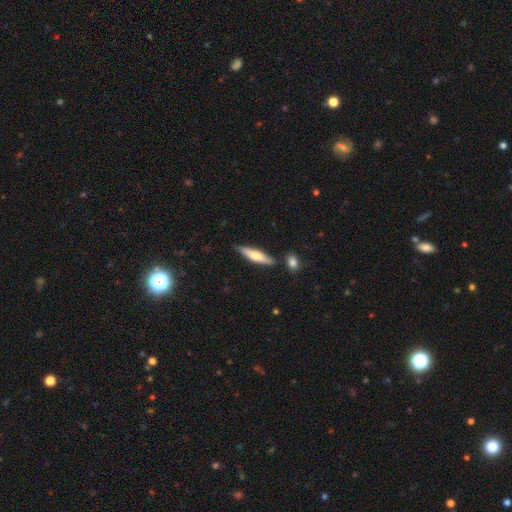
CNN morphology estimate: Q: Smooth or featured?
A: smooth (60%); runner-up: featured or disk (34%)
Q: How rounded?
A: cigar-shaped (73%); runner-up: in between (25%)
Q: Merging?
A: none (77%); runner-up: minor disturbance (14%)